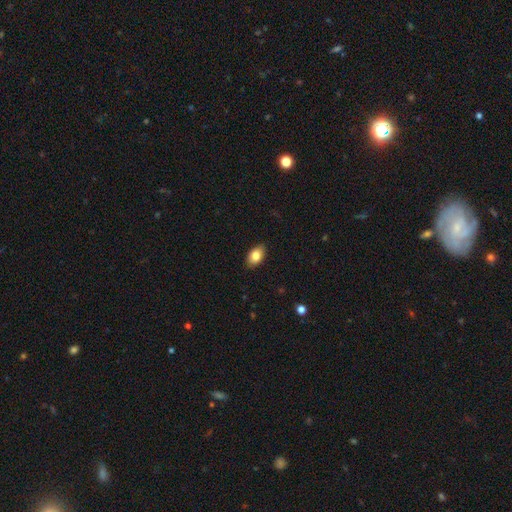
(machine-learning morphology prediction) This is clearly a smooth galaxy (83%). How rounded: clearly in between (89%). Merging: clearly none (87%).